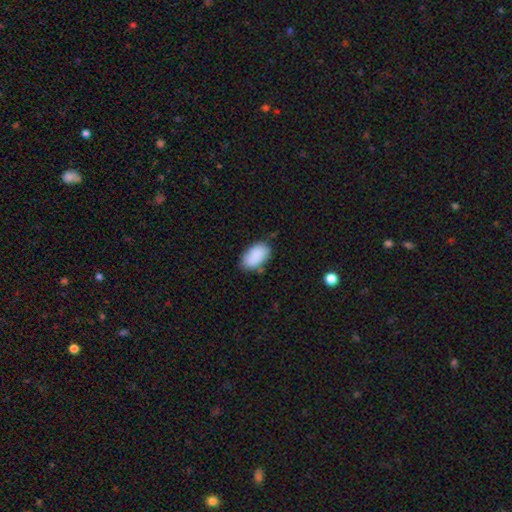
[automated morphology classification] A smooth galaxy with no disk features (87%) that is in between round and cigar-shaped (94%). Merging: none (72%).